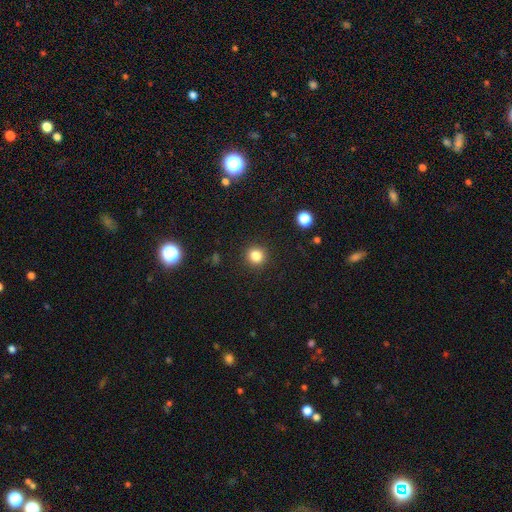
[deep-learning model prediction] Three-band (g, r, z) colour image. It shows a smooth galaxy with no disk features (83%) that is round (93%). Merging: none (92%).